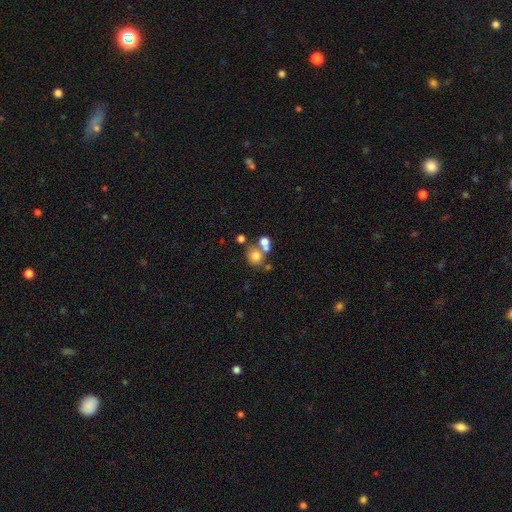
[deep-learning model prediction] A smooth galaxy with no disk features (72%) that is round (81%). Merging: none (50%).